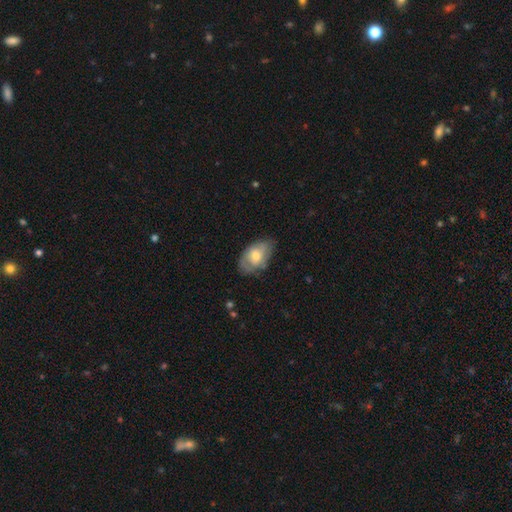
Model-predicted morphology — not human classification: type=smooth (57%); roundness=in between (90%); merging=none (64%).